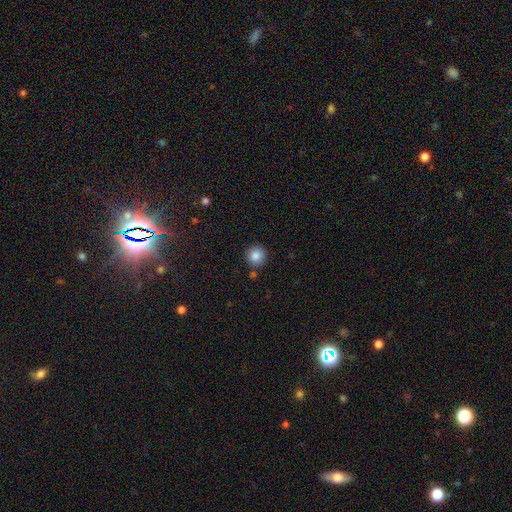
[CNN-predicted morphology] A smooth galaxy with no disk features (86%) that is round (94%).

Vote fractions:
- Smooth or featured? smooth: 86% / star or artifact: 10% / featured or disk: 5%
- How rounded? round: 94% / in between: 5% / cigar-shaped: 1%
- Merging? none: 86% / minor disturbance: 7% / merger: 4% / major disturbance: 2%